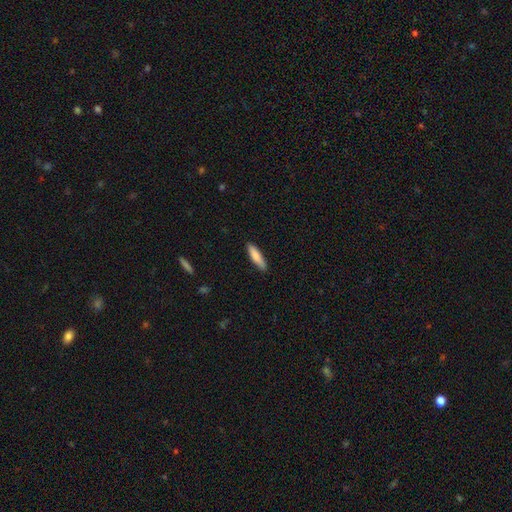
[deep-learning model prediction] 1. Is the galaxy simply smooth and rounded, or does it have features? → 82% smooth, 12% featured or disk, 6% star or artifact.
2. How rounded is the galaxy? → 72% cigar-shaped, 26% in between, 1% round.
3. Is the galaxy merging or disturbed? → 88% none, 9% minor disturbance, 2% major disturbance, 1% merger.